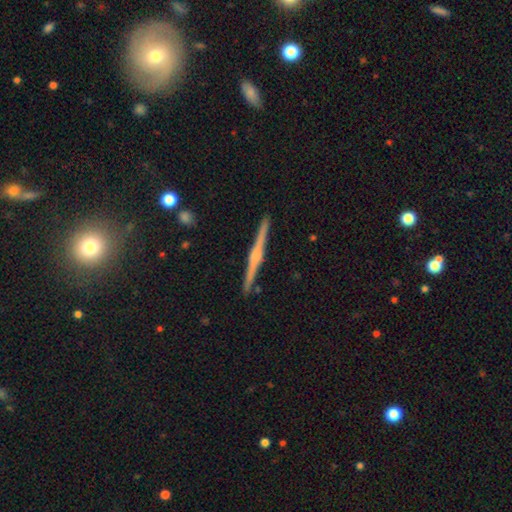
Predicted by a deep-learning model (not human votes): smooth_or_featured: featured or disk (p=0.82) [alt: smooth p=0.13]
disk_edge_on: yes (p=0.99) [alt: no p=0.01]
edge_on_bulge: rounded (p=0.81) [alt: boxy p=0.11]
merging: none (p=0.93) [alt: minor disturbance p=0.05]